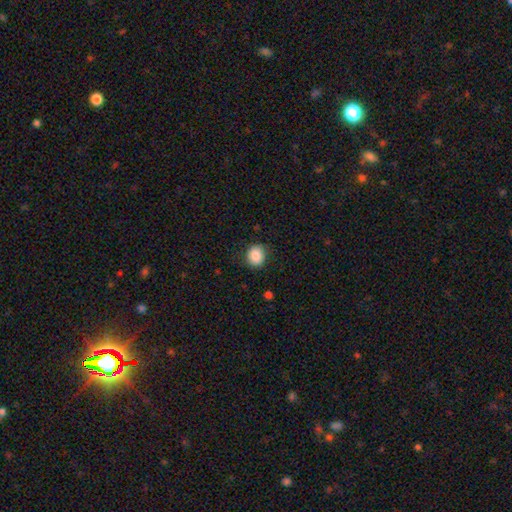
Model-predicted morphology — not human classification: Smooth or featured?
  - smooth: 86% *
  - star or artifact: 9%
  - featured or disk: 5%
How rounded?
  - round: 76% *
  - in between: 23%
  - cigar-shaped: 1%
Merging?
  - none: 84% *
  - minor disturbance: 12%
  - major disturbance: 3%
  - merger: 1%